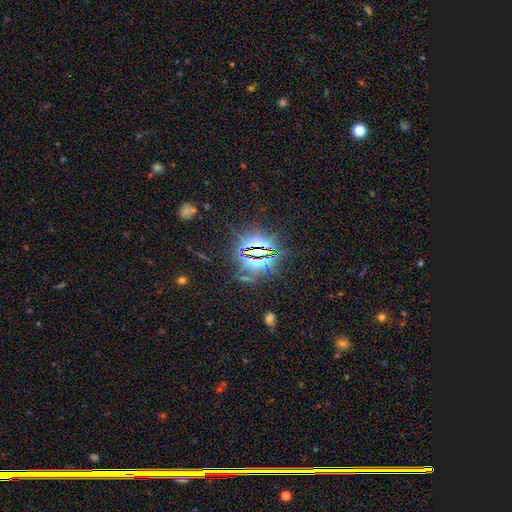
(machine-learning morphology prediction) The model was most divided on "smooth or featured": star or artifact: 81%, smooth: 10%, featured or disk: 9%.